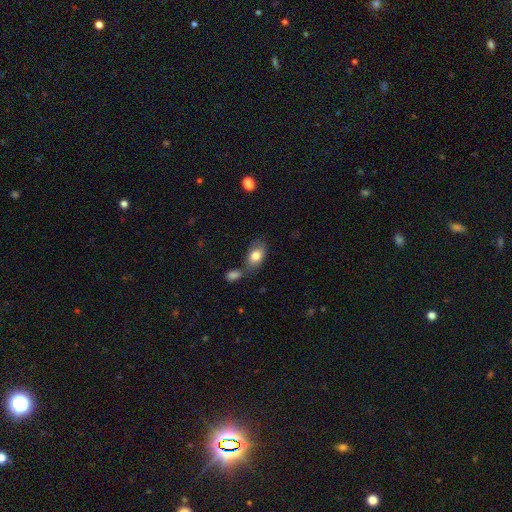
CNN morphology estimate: smooth 81%, featured or disk 12%, star or artifact 7%. Down the decision tree: how rounded — in between (89%); merging — none (56%).